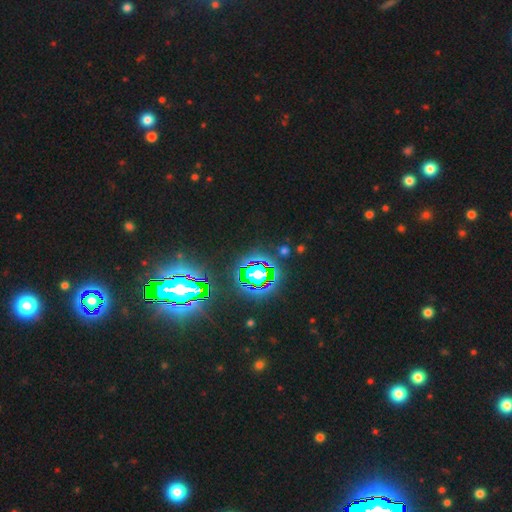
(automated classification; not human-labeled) Smooth or featured? star or artifact (84%)